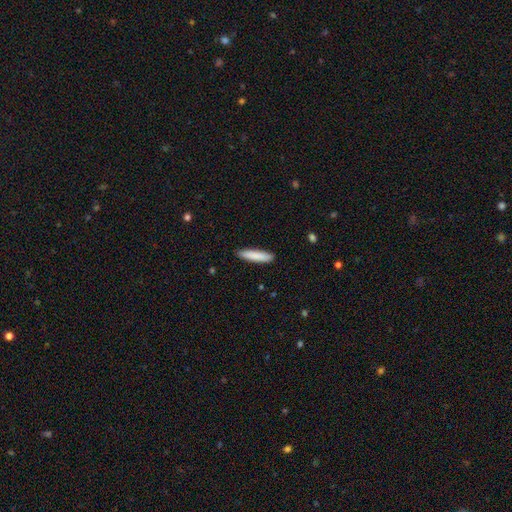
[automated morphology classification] smooth_or_featured: smooth (p=0.85) [alt: featured or disk p=0.09]
how_rounded: cigar-shaped (p=0.87) [alt: in between p=0.12]
merging: none (p=0.90) [alt: minor disturbance p=0.07]